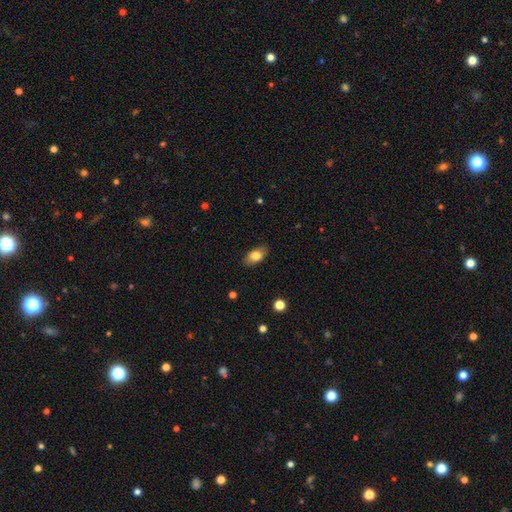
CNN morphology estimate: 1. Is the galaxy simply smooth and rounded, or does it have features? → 81% smooth, 12% featured or disk, 7% star or artifact.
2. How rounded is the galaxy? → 90% in between, 6% round, 4% cigar-shaped.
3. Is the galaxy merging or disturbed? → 86% none, 11% minor disturbance, 2% major disturbance, 1% merger.